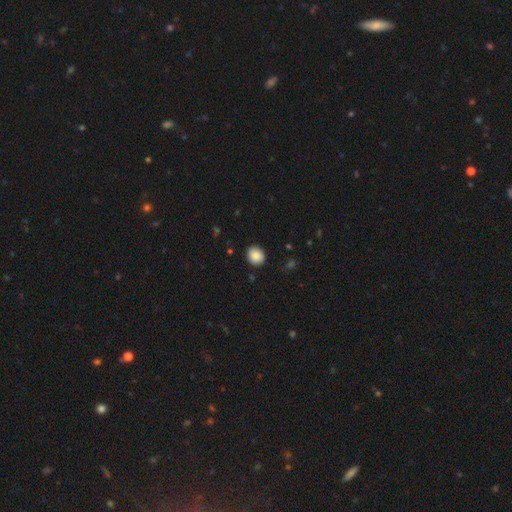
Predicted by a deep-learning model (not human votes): Smooth or featured: smooth — 88% (star or artifact — 8%)
How rounded: round — 74% (in between — 25%)
Merging: none — 90% (minor disturbance — 7%)